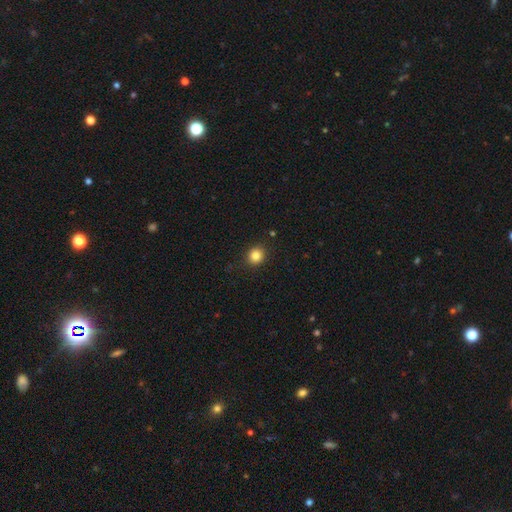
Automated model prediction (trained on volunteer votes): Smooth or featured: smooth — 84% (star or artifact — 11%)
How rounded: round — 87% (in between — 12%)
Merging: none — 90% (minor disturbance — 7%)